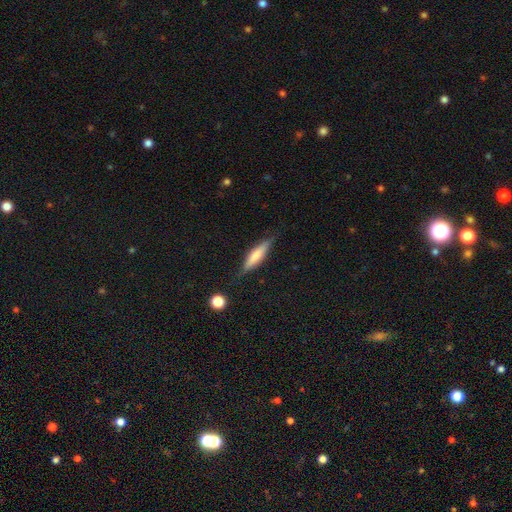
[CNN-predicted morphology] smooth_or_featured: smooth (p=0.60) [alt: featured or disk p=0.34]
how_rounded: cigar-shaped (p=0.76) [alt: in between p=0.23]
merging: none (p=0.81) [alt: minor disturbance p=0.14]